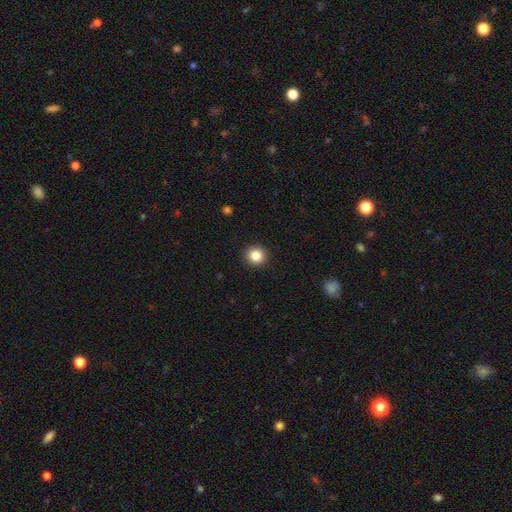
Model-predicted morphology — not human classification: The model was most divided on "smooth or featured": smooth: 85%, star or artifact: 10%, featured or disk: 5%. More confident: how rounded — round (93%); merging — none (92%).